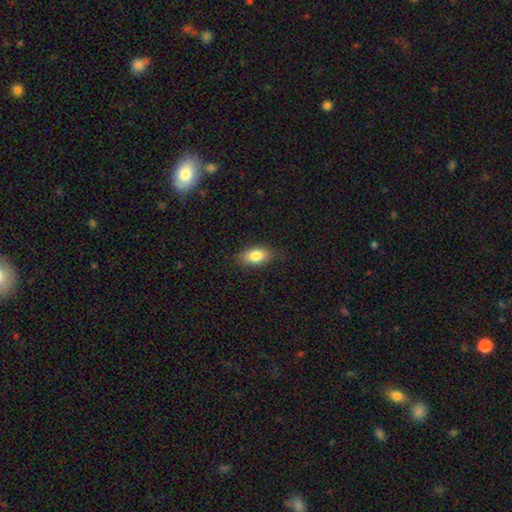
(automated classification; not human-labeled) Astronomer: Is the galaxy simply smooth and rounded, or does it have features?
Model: smooth — 83%.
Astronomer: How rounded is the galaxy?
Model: in between — 88%.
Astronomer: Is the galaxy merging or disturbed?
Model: none — 81%.